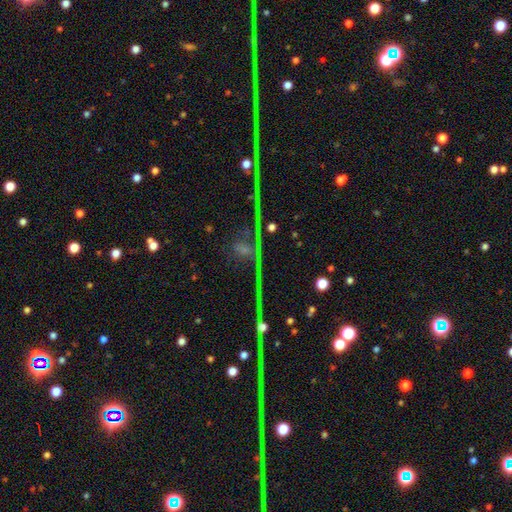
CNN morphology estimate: star or artifact 79%, featured or disk 12%, smooth 9%.